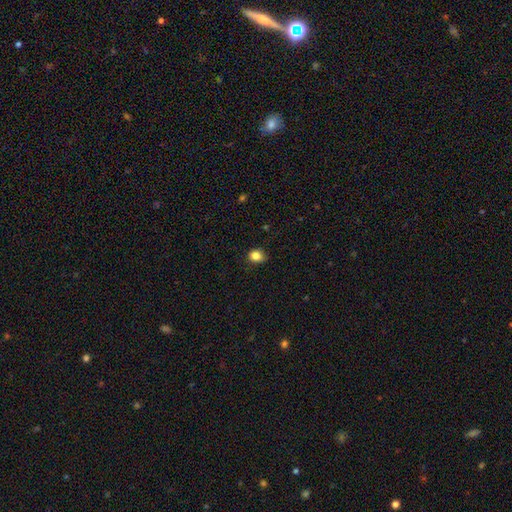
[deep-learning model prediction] A smooth galaxy with no disk features (84%) that is round (71%). Merging: none (84%).